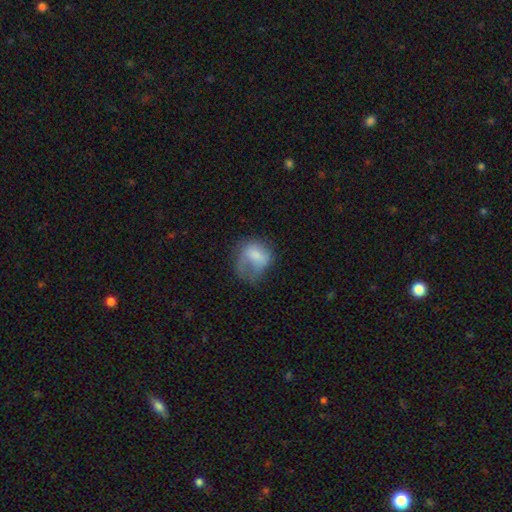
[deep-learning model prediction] This appears to be a smooth galaxy with no disk features (65%) that is in between round and cigar-shaped (51%). Merging: major disturbance (45%).